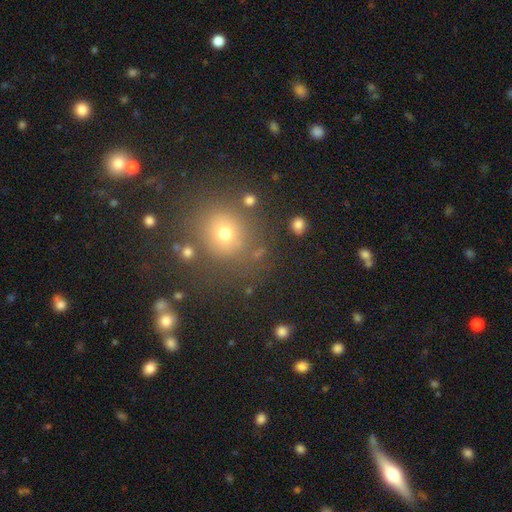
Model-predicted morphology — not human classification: Smooth or featured: smooth — 64% (star or artifact — 27%)
How rounded: round — 87% (in between — 12%)
Merging: none — 82% (minor disturbance — 9%)